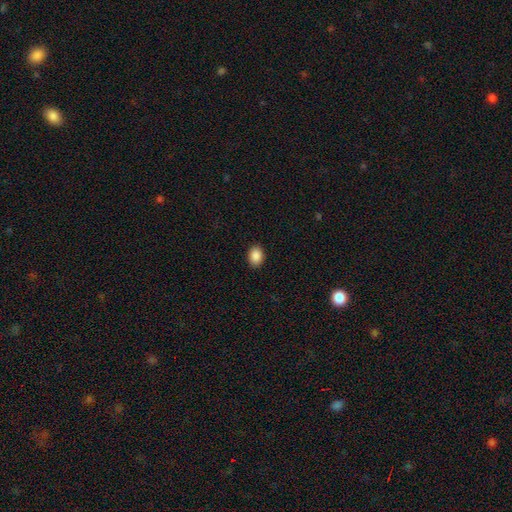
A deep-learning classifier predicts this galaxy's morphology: Overall: smooth (88%). How rounded: in between (71%). Merging: none (90%).